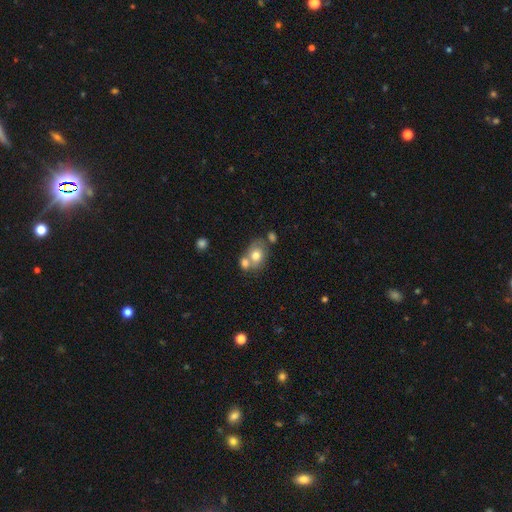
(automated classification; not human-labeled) Q: Smooth or featured?
A: smooth (70%); runner-up: featured or disk (20%)
Q: How rounded?
A: in between (55%); runner-up: round (44%)
Q: Merging?
A: merger (44%); runner-up: none (39%)